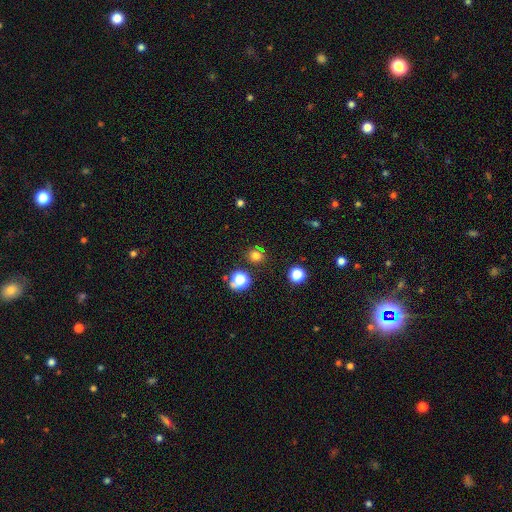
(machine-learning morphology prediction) This is likely a smooth galaxy (67%). How rounded: clearly round (88%). Merging: clearly none (82%).